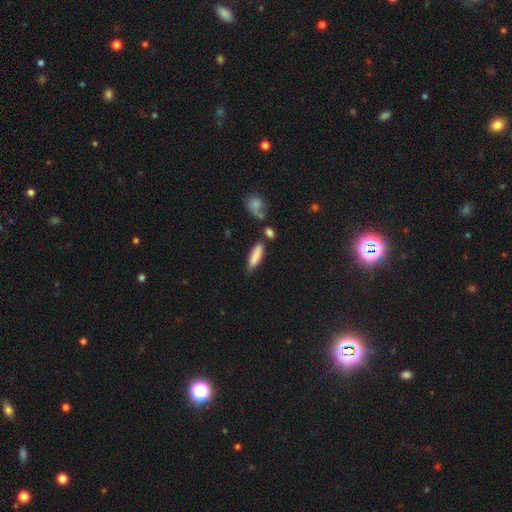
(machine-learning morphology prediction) smooth 82%, featured or disk 11%, star or artifact 7%. Down the decision tree: how rounded — cigar-shaped (57%); merging — none (55%).